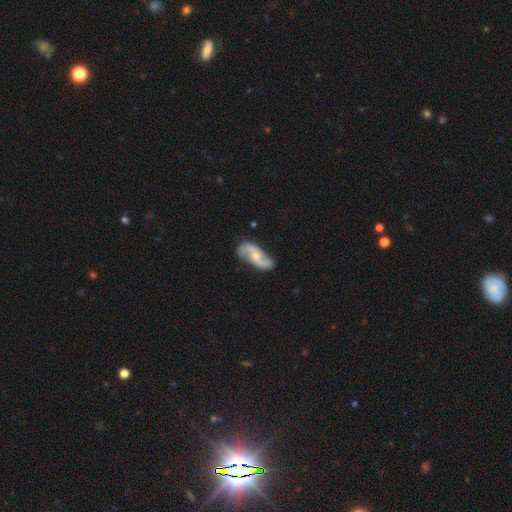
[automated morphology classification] Smooth or featured? Predicted: featured or disk (p=0.82). Edge-on disk? Predicted: no (p=0.96). Bar? Predicted: no (p=0.55). Spiral arms? Predicted: yes (p=0.95). Spiral winding? Predicted: loose (p=0.65). Spiral arm count? Predicted: 2 (p=0.92). Bulge size? Predicted: small (p=0.47). Merging? Predicted: none (p=0.76).